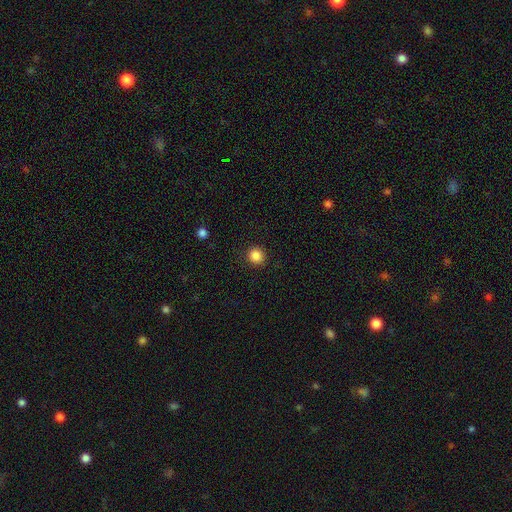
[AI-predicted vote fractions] A smooth galaxy with no disk features (86%) that is round (91%). Merging: none (91%).